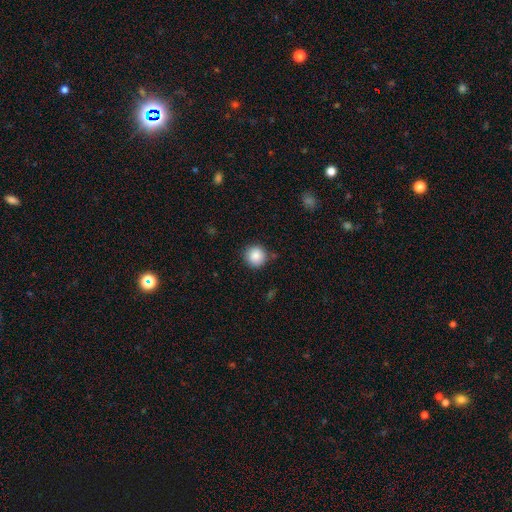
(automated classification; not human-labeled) This appears to be a smooth galaxy with no disk features (87%) that is round (94%). Merging: none (85%).